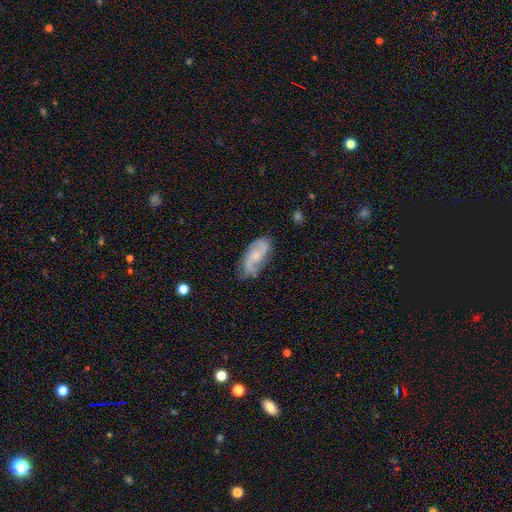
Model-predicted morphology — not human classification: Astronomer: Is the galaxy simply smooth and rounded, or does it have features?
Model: featured or disk — 77%.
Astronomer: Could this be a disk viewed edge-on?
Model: no — 95%.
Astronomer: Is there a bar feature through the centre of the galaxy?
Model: no — 53% (runner-up: weak, 39%).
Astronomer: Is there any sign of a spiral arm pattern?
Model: yes — 95%.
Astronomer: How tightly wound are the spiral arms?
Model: medium — 46% (runner-up: loose, 34%).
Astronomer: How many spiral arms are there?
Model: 2 — 85%.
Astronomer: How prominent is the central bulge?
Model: small — 51% (runner-up: moderate, 27%).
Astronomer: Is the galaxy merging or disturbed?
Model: none — 72%.